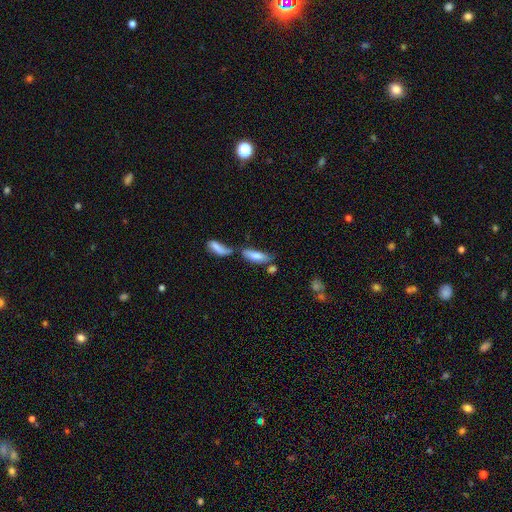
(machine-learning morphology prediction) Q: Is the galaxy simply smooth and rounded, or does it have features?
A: smooth — 73%.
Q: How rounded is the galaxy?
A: in between — 57%.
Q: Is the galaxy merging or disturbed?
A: none — 40%.